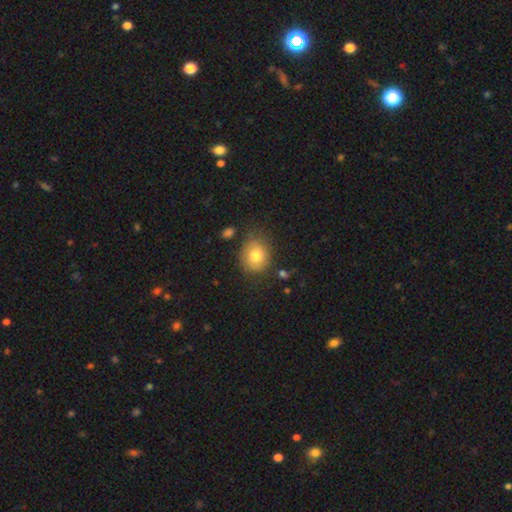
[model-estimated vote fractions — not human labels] This is likely a smooth galaxy (78%). How rounded: likely round (69%). Merging: likely none (70%).